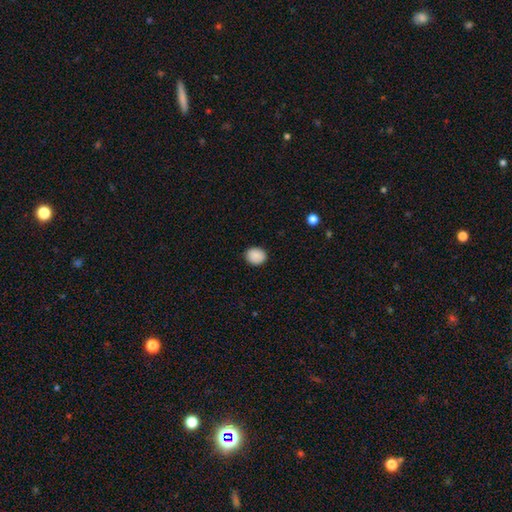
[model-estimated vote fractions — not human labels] smooth-or-featured: smooth: 89% | star or artifact: 8% | featured or disk: 3%
  how-rounded: round: 68% | in between: 32% | cigar-shaped: 1%
  merging: none: 90% | minor disturbance: 8% | major disturbance: 2% | merger: 1%